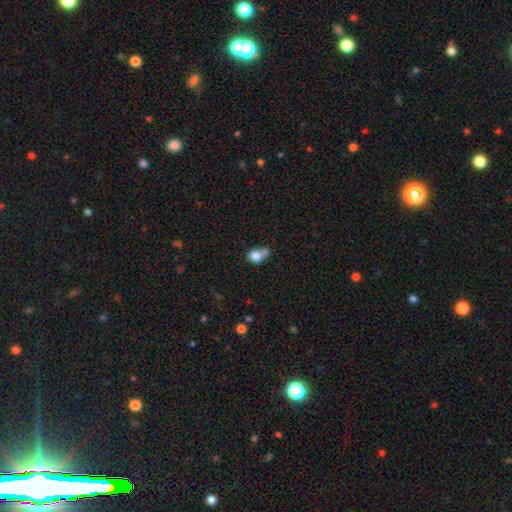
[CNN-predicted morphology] Q: Smooth or featured?
A: smooth (77%); runner-up: featured or disk (12%)
Q: How rounded?
A: round (55%); runner-up: in between (44%)
Q: Merging?
A: merger (46%); runner-up: none (30%)